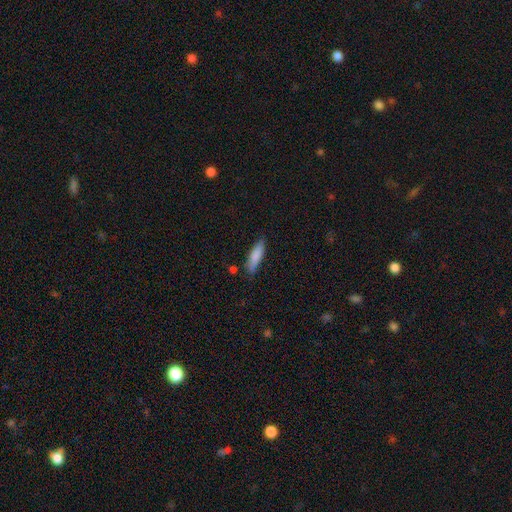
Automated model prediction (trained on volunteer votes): smooth_or_featured: smooth (p=0.83) [alt: featured or disk p=0.11]
how_rounded: cigar-shaped (p=0.59) [alt: in between p=0.39]
merging: none (p=0.79) [alt: minor disturbance p=0.15]